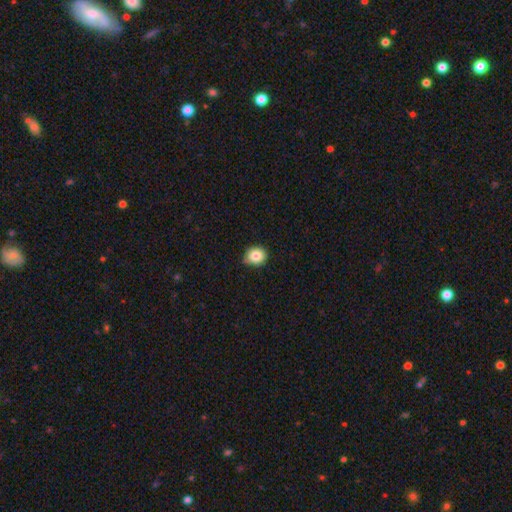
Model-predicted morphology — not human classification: The model was most divided on "merging": none: 76%, minor disturbance: 19%, major disturbance: 3%, merger: 2%. More confident: smooth or featured — smooth (83%); how rounded — round (78%).